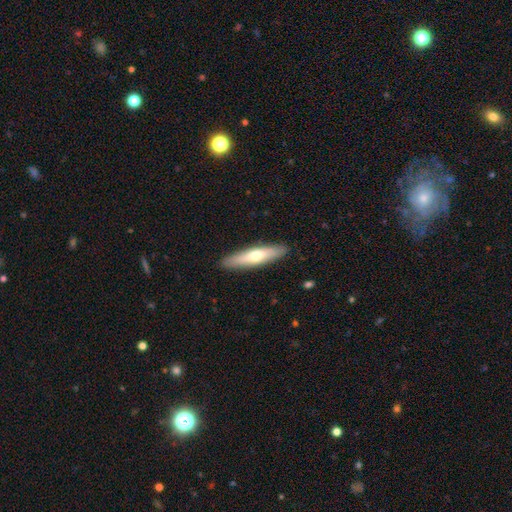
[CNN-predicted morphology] type=smooth (59%); roundness=cigar-shaped (82%); merging=none (91%).